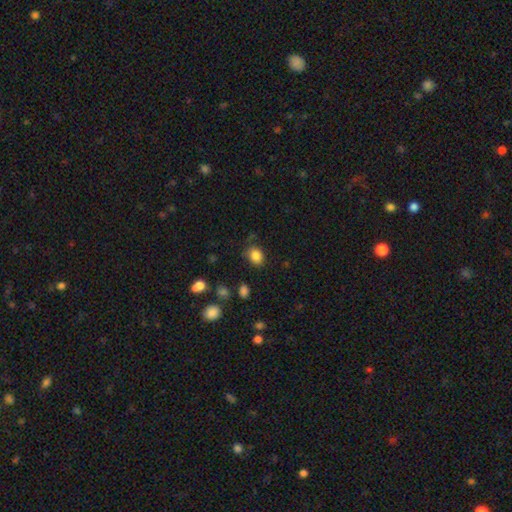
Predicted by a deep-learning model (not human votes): A smooth galaxy with no disk features (84%) that is in between round and cigar-shaped (56%).

Vote fractions:
- Smooth or featured? smooth: 84% / star or artifact: 10% / featured or disk: 5%
- How rounded? in between: 56% / round: 43% / cigar-shaped: 1%
- Merging? none: 77% / minor disturbance: 16% / major disturbance: 5% / merger: 2%